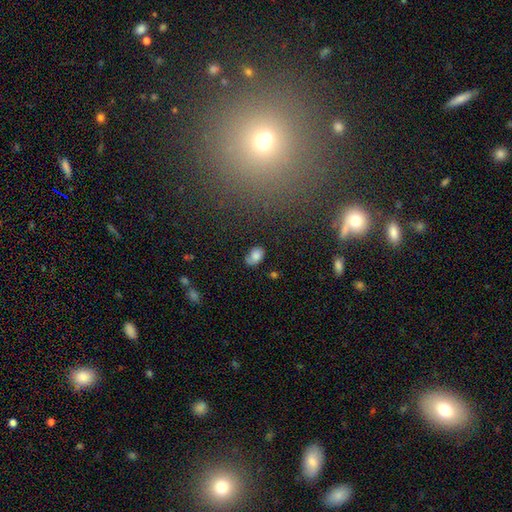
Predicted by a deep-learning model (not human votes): Smooth or featured: smooth — 77% (featured or disk — 14%)
How rounded: in between — 84% (round — 15%)
Merging: none — 63% (minor disturbance — 25%)